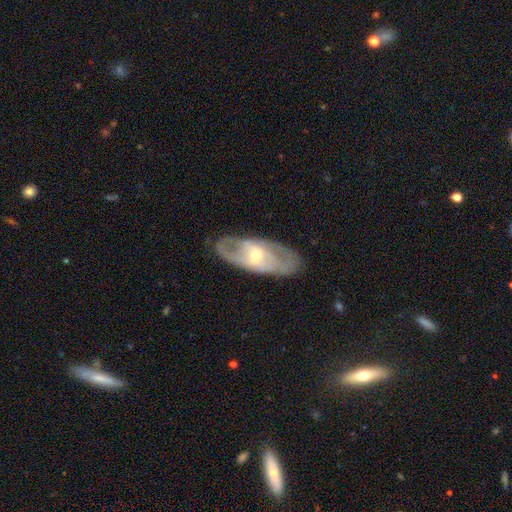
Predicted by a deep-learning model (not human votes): Morphology: type=featured or disk (69%); edge-on=no (84%); bar=no (43%); spiral arms=yes (62%); bulge=moderate (53%); merging=none (78%).